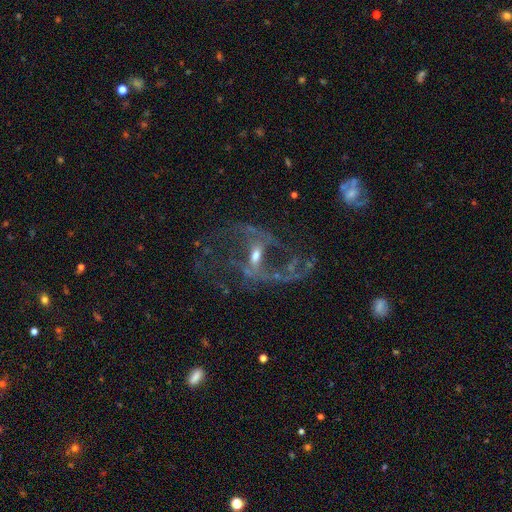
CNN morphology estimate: A featured or disk galaxy (82%) with a weak bar (41%), 2 (69%) loose (63%) spiral arms (75%) and a moderate central bulge (46%). Merging: none (43%).